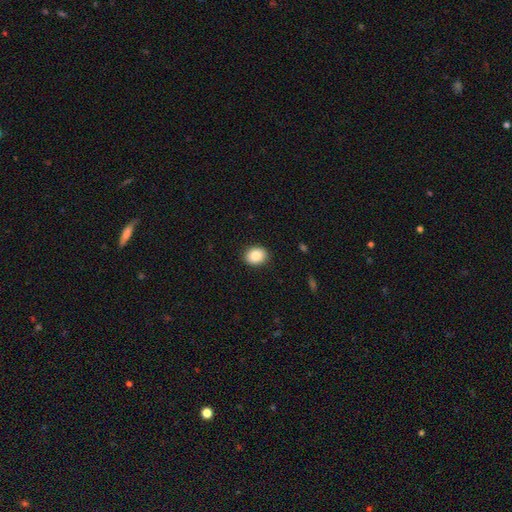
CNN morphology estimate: Smooth or featured?
  - smooth: 87% *
  - star or artifact: 8%
  - featured or disk: 6%
How rounded?
  - in between: 58% *
  - round: 41%
  - cigar-shaped: 1%
Merging?
  - none: 90% *
  - minor disturbance: 7%
  - major disturbance: 2%
  - merger: 1%